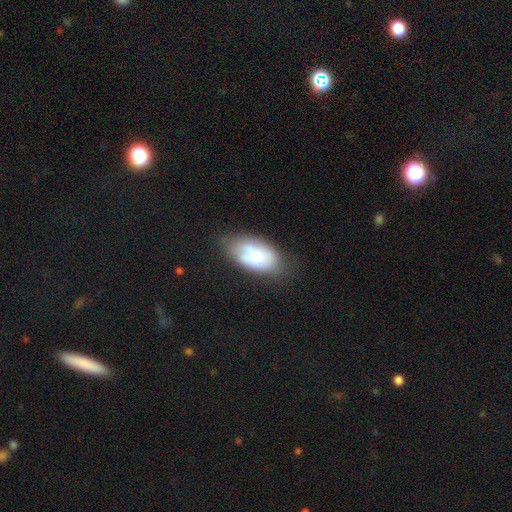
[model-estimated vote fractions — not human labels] Overall: smooth (61%; featured or disk 31%). How rounded: in between (93%). Merging: none (56%; minor disturbance 30%).